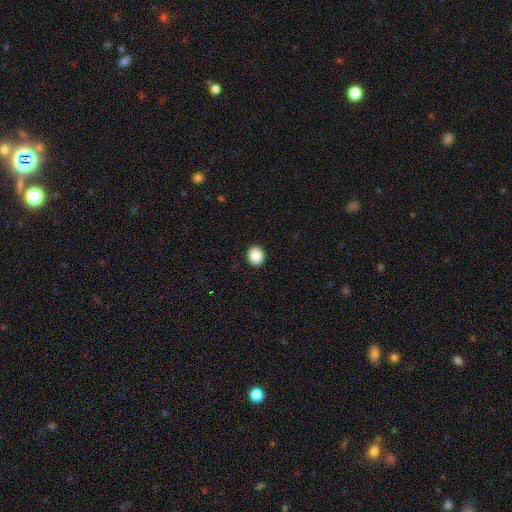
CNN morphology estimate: smooth_or_featured: smooth (p=0.89) [alt: star or artifact p=0.09]
how_rounded: round (p=0.71) [alt: in between p=0.28]
merging: none (p=0.92) [alt: minor disturbance p=0.06]